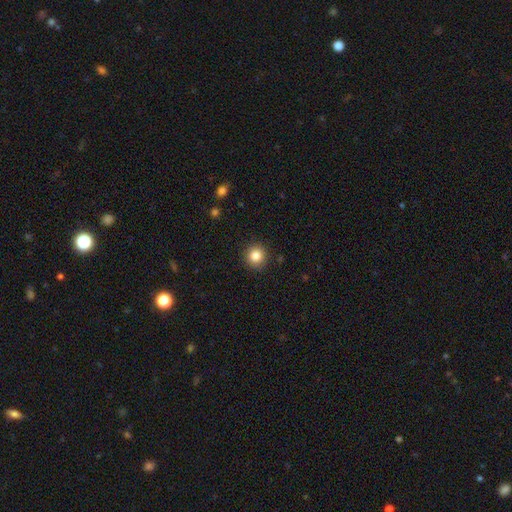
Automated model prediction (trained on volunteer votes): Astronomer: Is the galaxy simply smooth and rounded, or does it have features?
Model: smooth — 84%.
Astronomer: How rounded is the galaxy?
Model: round — 94%.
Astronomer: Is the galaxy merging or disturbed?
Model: none — 91%.